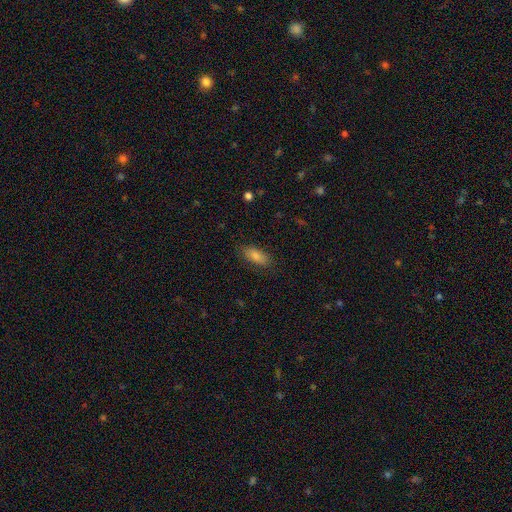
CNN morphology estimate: A smooth galaxy with no disk features (77%) that is in between round and cigar-shaped (77%).

Vote fractions:
- Smooth or featured? smooth: 77% / featured or disk: 12% / star or artifact: 10%
- How rounded? in between: 77% / cigar-shaped: 20% / round: 3%
- Merging? none: 85% / minor disturbance: 11% / major disturbance: 3% / merger: 1%